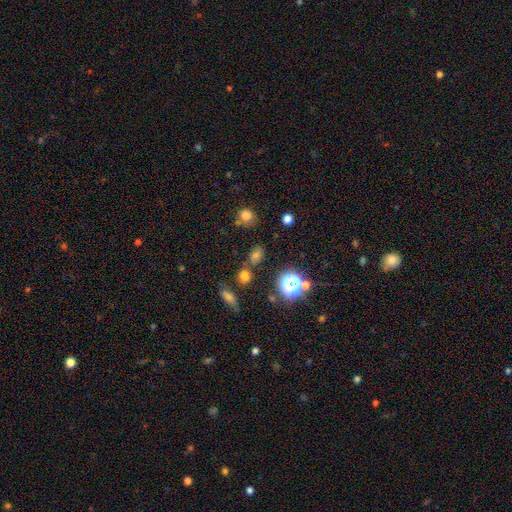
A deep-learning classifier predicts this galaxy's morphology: smooth 50%, star or artifact 40%, featured or disk 10%. Down the decision tree: merging — none (71%).